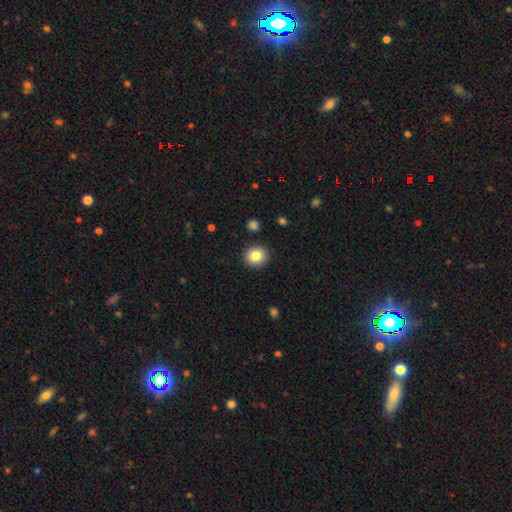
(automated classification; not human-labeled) smooth_or_featured: smooth (p=0.84) [alt: star or artifact p=0.09]
how_rounded: round (p=0.87) [alt: in between p=0.12]
merging: none (p=0.91) [alt: minor disturbance p=0.06]